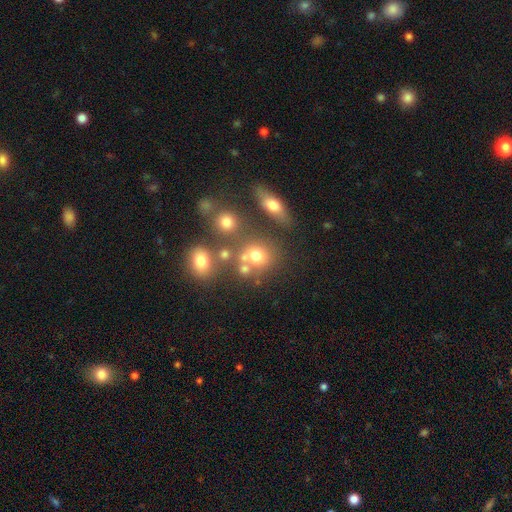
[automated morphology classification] Smooth or featured?
  - smooth: 70% *
  - star or artifact: 16%
  - featured or disk: 13%
How rounded?
  - round: 73% *
  - in between: 25%
  - cigar-shaped: 2%
Merging?
  - none: 54% *
  - merger: 27%
  - minor disturbance: 12%
  - major disturbance: 7%